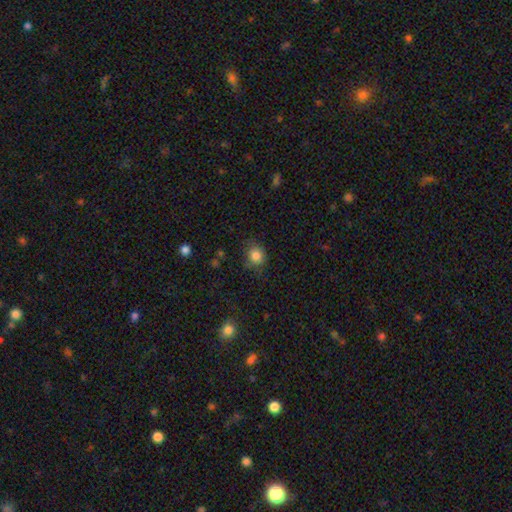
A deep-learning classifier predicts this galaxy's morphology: A smooth galaxy with no disk features (84%) that is round (74%).

Vote fractions:
- Smooth or featured? smooth: 84% / star or artifact: 11% / featured or disk: 5%
- How rounded? round: 74% / in between: 25% / cigar-shaped: 1%
- Merging? none: 74% / minor disturbance: 19% / major disturbance: 5% / merger: 2%